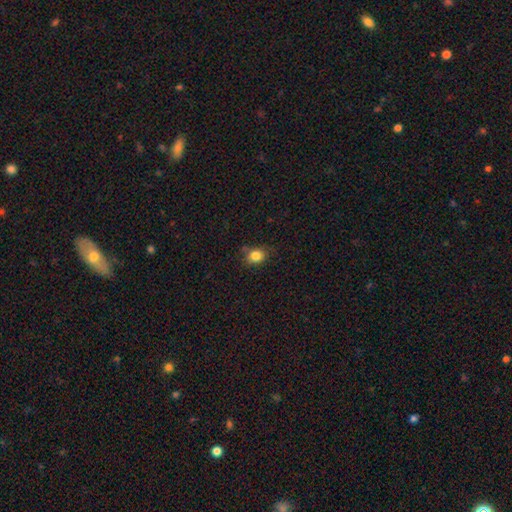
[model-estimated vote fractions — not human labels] smooth 83%, star or artifact 11%, featured or disk 6%. Down the decision tree: how rounded — round (60%); merging — none (74%).